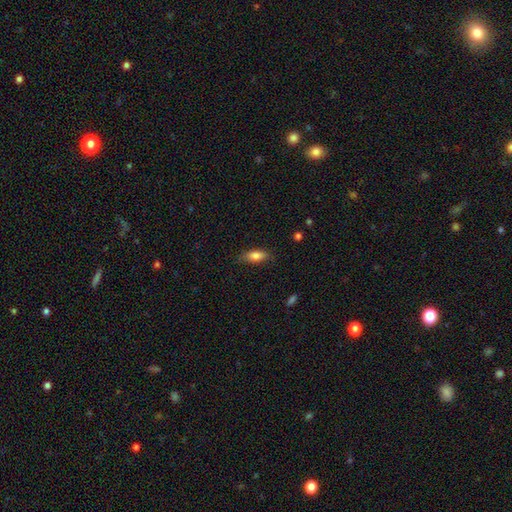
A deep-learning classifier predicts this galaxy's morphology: Smooth or featured: smooth — 80% (featured or disk — 13%)
How rounded: in between — 79% (cigar-shaped — 18%)
Merging: none — 77% (minor disturbance — 19%)